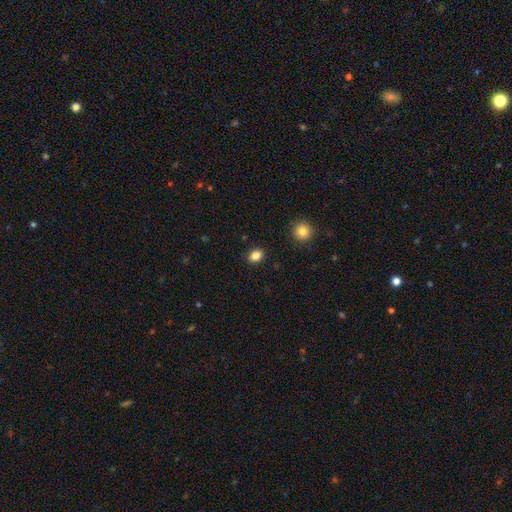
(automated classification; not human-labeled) smooth-or-featured: smooth: 84% | star or artifact: 11% | featured or disk: 5%
  how-rounded: in between: 55% | round: 44% | cigar-shaped: 1%
  merging: none: 89% | minor disturbance: 7% | major disturbance: 2% | merger: 1%